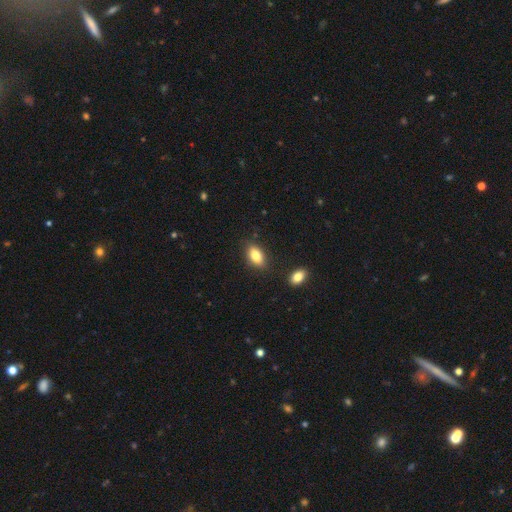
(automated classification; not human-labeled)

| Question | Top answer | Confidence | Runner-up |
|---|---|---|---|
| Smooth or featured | smooth | 83% | featured or disk (9%) |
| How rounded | in between | 89% | cigar-shaped (5%) |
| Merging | none | 84% | minor disturbance (10%) |